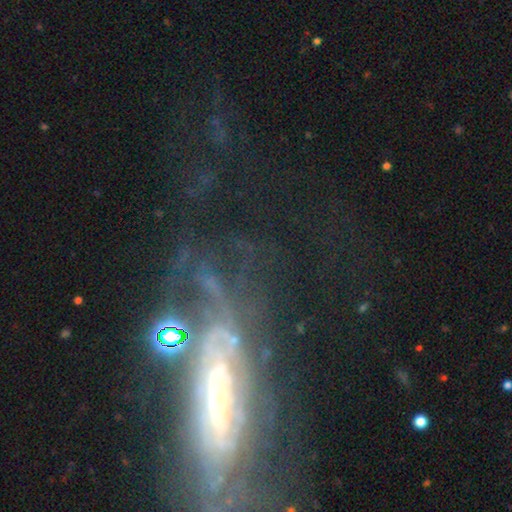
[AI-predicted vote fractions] Smooth or featured? Predicted: featured or disk (p=0.75). Edge-on disk? Predicted: no (p=0.79). Bar? Predicted: no (p=0.42). Spiral arms? Predicted: yes (p=0.81). Bulge size? Predicted: small (p=0.57). Merging? Predicted: none (p=0.53).